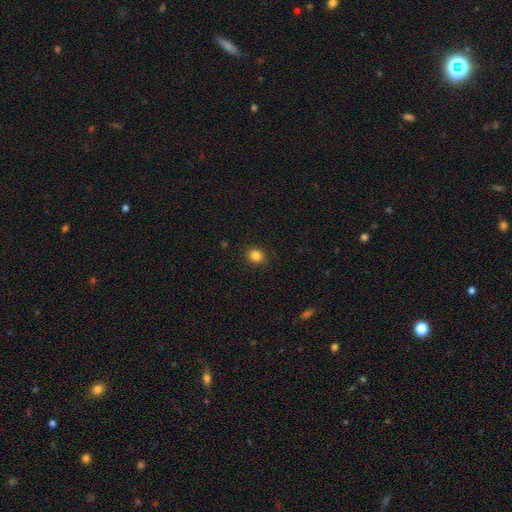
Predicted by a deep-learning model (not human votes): Morphology: type=smooth (84%); roundness=round (71%); merging=none (90%).